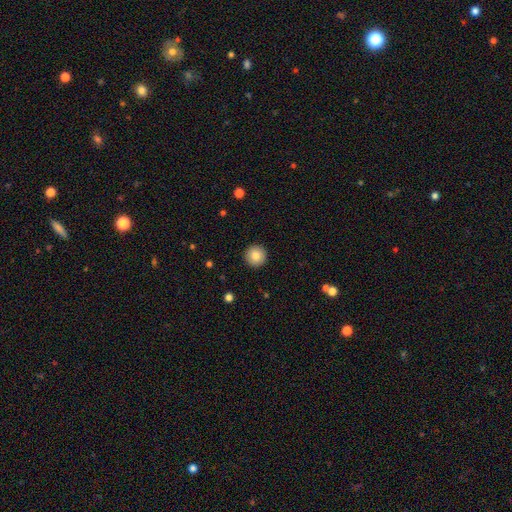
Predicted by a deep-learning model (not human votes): A smooth galaxy with no disk features (85%) that is round (96%).

Vote fractions:
- Smooth or featured? smooth: 85% / star or artifact: 9% / featured or disk: 7%
- How rounded? round: 96% / in between: 3% / cigar-shaped: 1%
- Merging? none: 93% / minor disturbance: 5% / major disturbance: 2% / merger: 1%